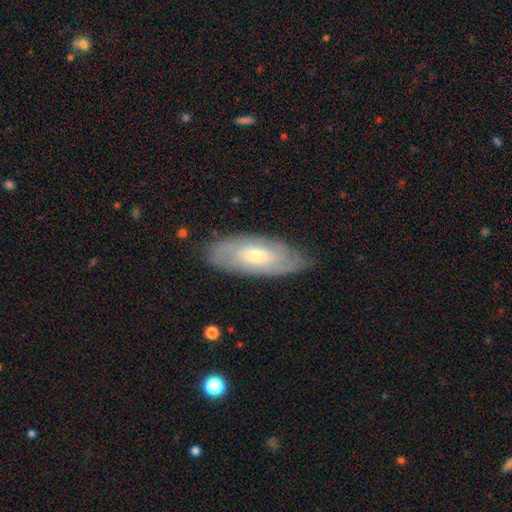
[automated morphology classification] smooth_or_featured: featured or disk (p=0.60) [alt: smooth p=0.34]
disk_edge_on: no (p=0.84) [alt: yes p=0.16]
bar: no (p=0.62) [alt: weak p=0.32]
has_spiral_arms: yes (p=0.76) [alt: no p=0.24]
bulge_size: moderate (p=0.50) [alt: small p=0.44]
merging: none (p=0.80) [alt: minor disturbance p=0.16]